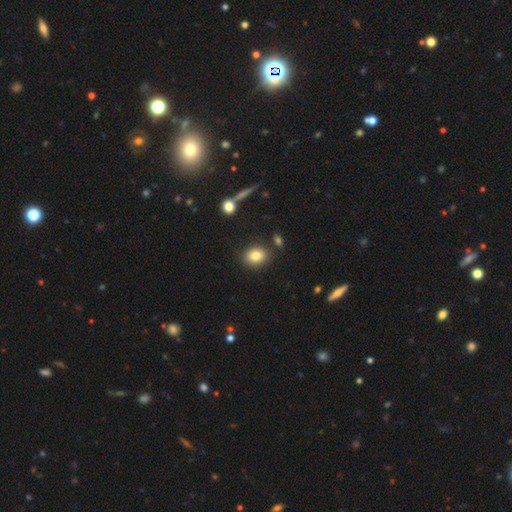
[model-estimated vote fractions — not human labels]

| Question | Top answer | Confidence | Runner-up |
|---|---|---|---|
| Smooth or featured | smooth | 83% | star or artifact (9%) |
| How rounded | in between | 58% | round (41%) |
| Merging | none | 81% | minor disturbance (11%) |